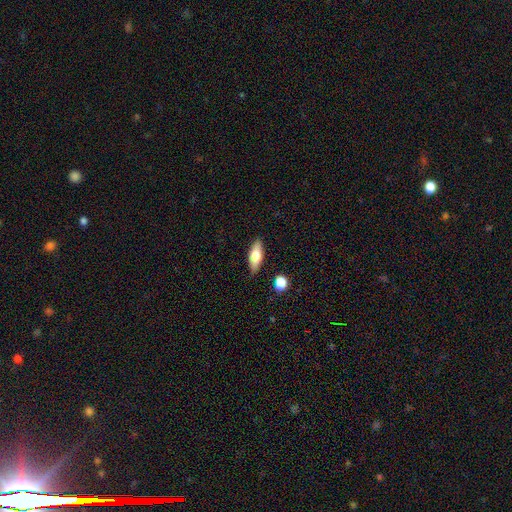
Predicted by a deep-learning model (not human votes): A smooth galaxy with no disk features (64%) that is in between round and cigar-shaped (67%). Merging: none (83%).